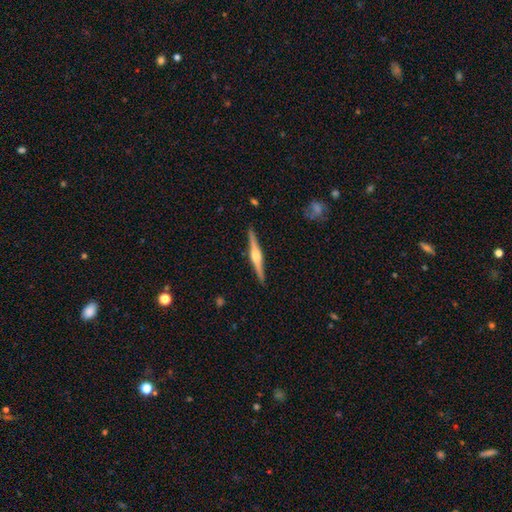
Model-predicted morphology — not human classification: Smooth or featured: featured or disk — 79% (smooth — 16%)
Edge-on disk: yes — 98% (no — 2%)
Edge-on bulge: rounded — 91% (boxy — 6%)
Merging: none — 91% (minor disturbance — 7%)